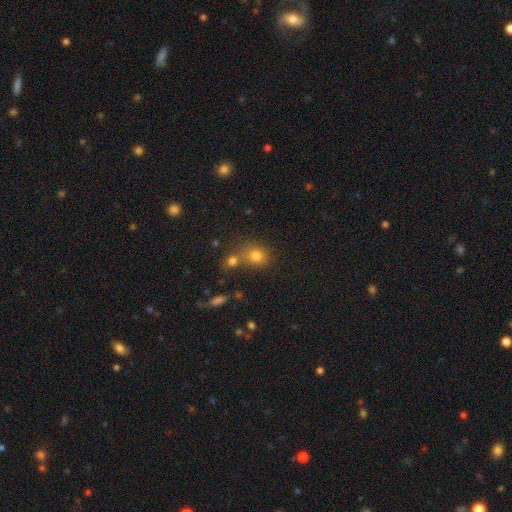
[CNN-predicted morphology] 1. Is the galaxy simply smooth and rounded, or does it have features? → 77% smooth, 14% star or artifact, 9% featured or disk.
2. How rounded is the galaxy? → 65% round, 34% in between, 1% cigar-shaped.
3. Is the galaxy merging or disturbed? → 53% none, 32% merger, 11% minor disturbance, 4% major disturbance.